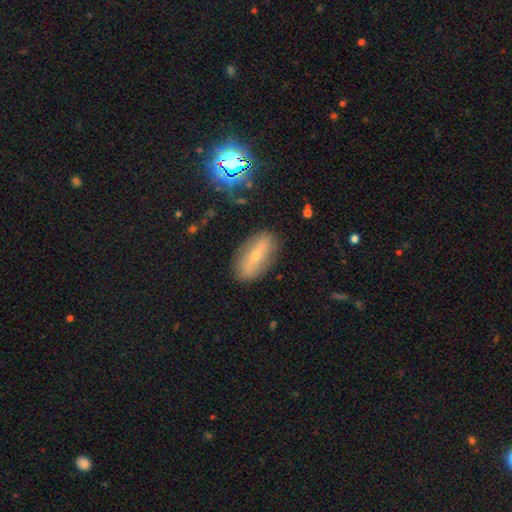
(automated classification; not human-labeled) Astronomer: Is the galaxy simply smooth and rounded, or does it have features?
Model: smooth — 45% (runner-up: featured or disk, 44%).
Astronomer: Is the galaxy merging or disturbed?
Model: none — 83%.